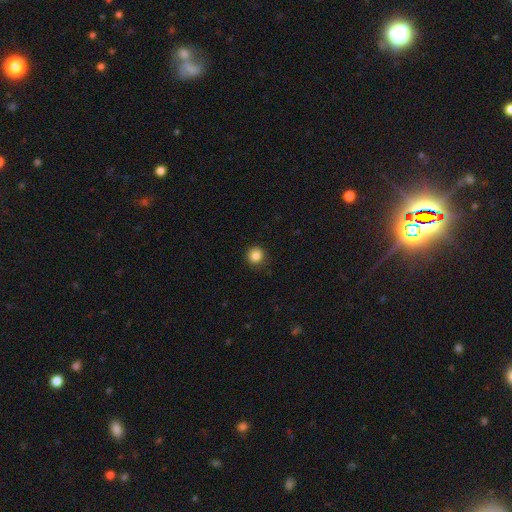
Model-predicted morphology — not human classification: Smooth or featured?
  - smooth: 85% *
  - star or artifact: 11%
  - featured or disk: 4%
How rounded?
  - round: 93% *
  - in between: 6%
  - cigar-shaped: 1%
Merging?
  - none: 88% *
  - minor disturbance: 8%
  - major disturbance: 2%
  - merger: 1%